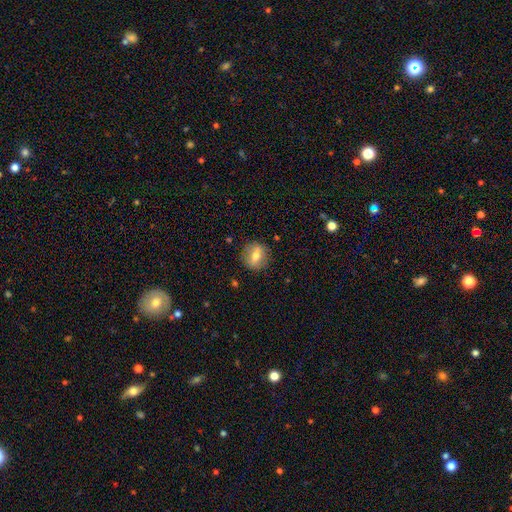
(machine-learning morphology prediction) smooth_or_featured: smooth (p=0.58) [alt: featured or disk p=0.34]
how_rounded: round (p=0.73) [alt: in between p=0.24]
merging: none (p=0.85) [alt: minor disturbance p=0.11]